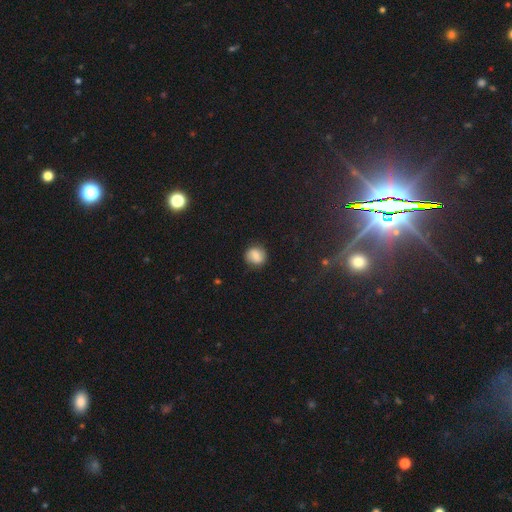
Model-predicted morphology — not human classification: smooth_or_featured: smooth (p=0.73) [alt: featured or disk p=0.16]
how_rounded: round (p=0.85) [alt: in between p=0.14]
merging: none (p=0.83) [alt: minor disturbance p=0.12]